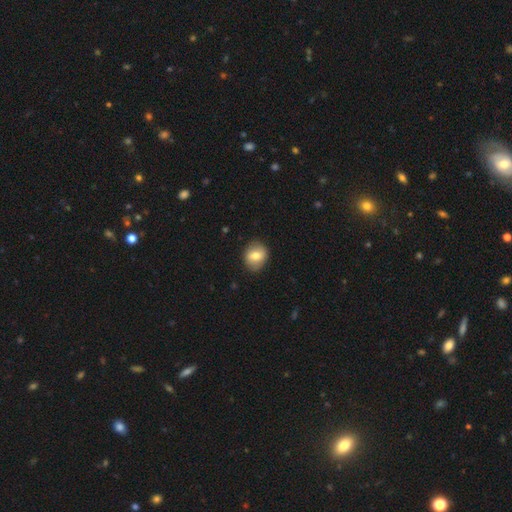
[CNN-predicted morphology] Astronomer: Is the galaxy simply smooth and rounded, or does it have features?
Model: smooth — 73%.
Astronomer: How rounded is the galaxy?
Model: round — 63%.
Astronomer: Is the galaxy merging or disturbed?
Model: none — 86%.